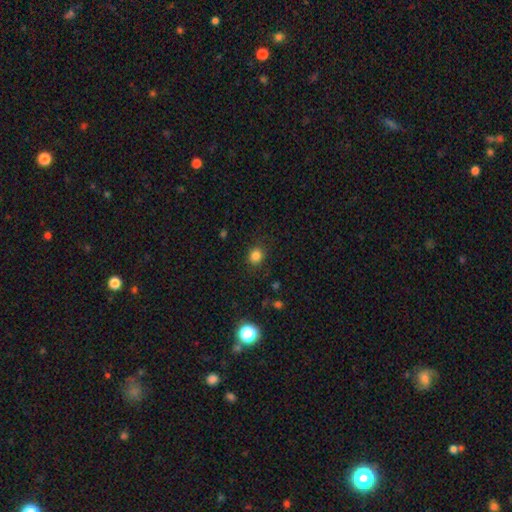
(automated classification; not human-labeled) A smooth galaxy with no disk features (82%) that is round (77%).

Vote fractions:
- Smooth or featured? smooth: 82% / star or artifact: 13% / featured or disk: 4%
- How rounded? round: 77% / in between: 23% / cigar-shaped: 1%
- Merging? none: 86% / minor disturbance: 10% / major disturbance: 3% / merger: 1%